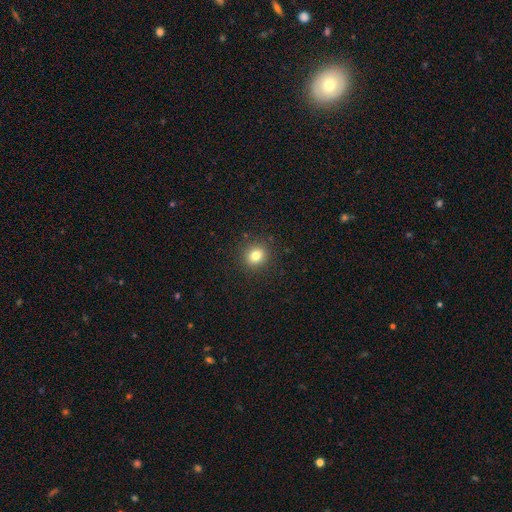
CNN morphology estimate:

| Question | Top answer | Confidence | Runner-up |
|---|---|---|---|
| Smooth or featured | smooth | 81% | star or artifact (12%) |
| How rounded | round | 82% | in between (17%) |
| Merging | none | 90% | minor disturbance (7%) |